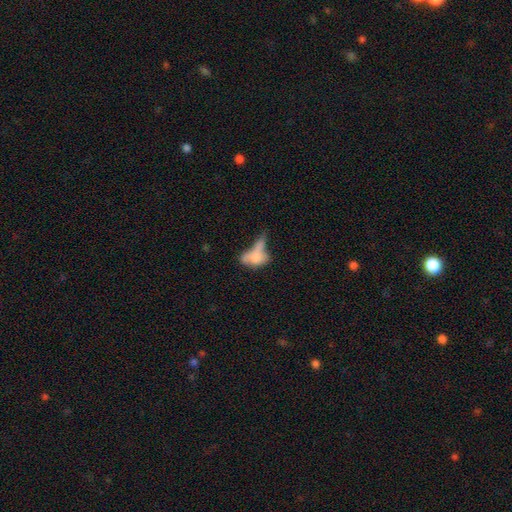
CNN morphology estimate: This is likely a smooth galaxy (61%). How rounded: likely in between (79%). Merging: marginally merger (42%).